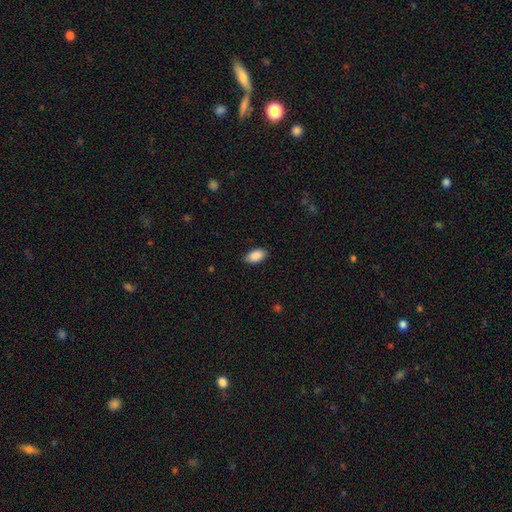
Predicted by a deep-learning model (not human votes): Overall: smooth (90%). How rounded: in between (93%). Merging: none (82%).